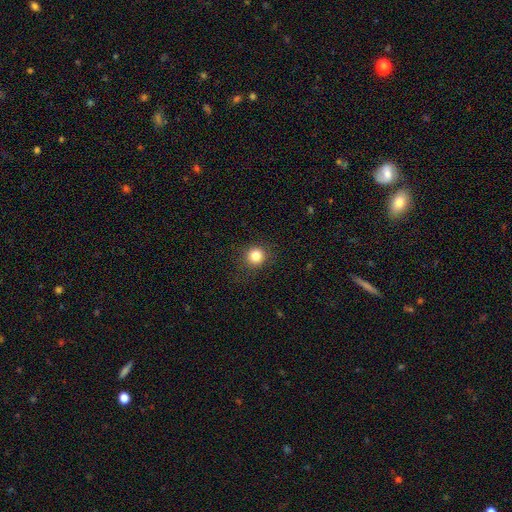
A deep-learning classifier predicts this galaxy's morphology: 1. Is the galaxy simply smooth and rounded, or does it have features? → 83% smooth, 12% star or artifact, 5% featured or disk.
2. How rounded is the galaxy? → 92% round, 7% in between, 1% cigar-shaped.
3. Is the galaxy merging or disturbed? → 88% none, 8% minor disturbance, 3% major disturbance, 1% merger.